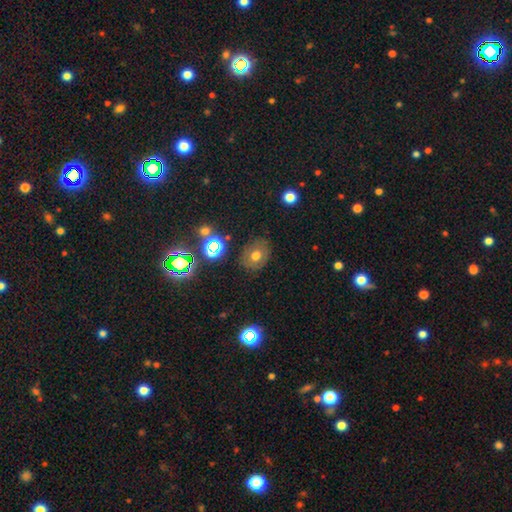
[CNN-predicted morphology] A smooth galaxy with no disk features (58%) that is round (56%). Merging: none (80%).